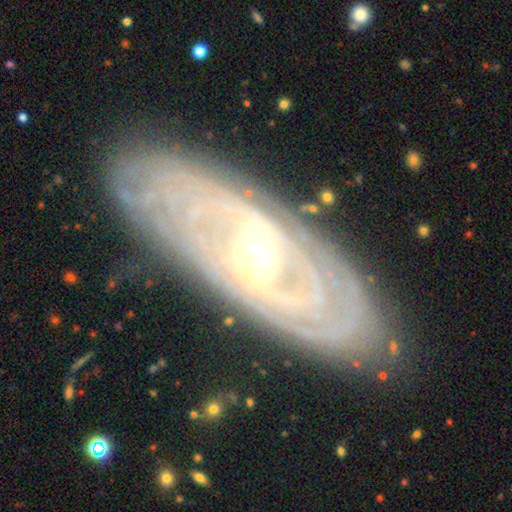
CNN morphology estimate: type=featured or disk (84%); edge-on=no (82%); bar=weak (41%); spiral arms=yes (91%); winding=tight (74%); arm count=can't tell (47%); bulge=moderate (48%); merging=none (86%).